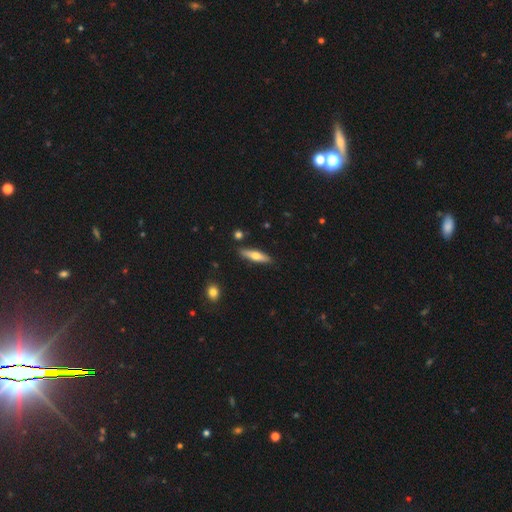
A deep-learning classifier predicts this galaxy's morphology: A smooth galaxy with no disk features (55%) that is cigar-shaped (72%). Merging: none (86%).